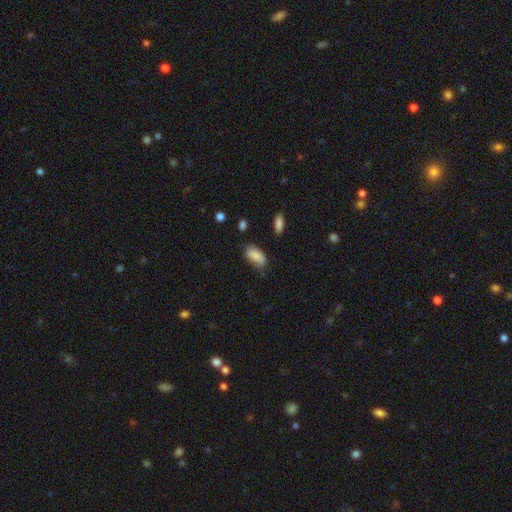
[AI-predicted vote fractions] Q: Smooth or featured?
A: smooth (87%); runner-up: star or artifact (7%)
Q: How rounded?
A: in between (90%); runner-up: cigar-shaped (7%)
Q: Merging?
A: none (70%); runner-up: minor disturbance (22%)